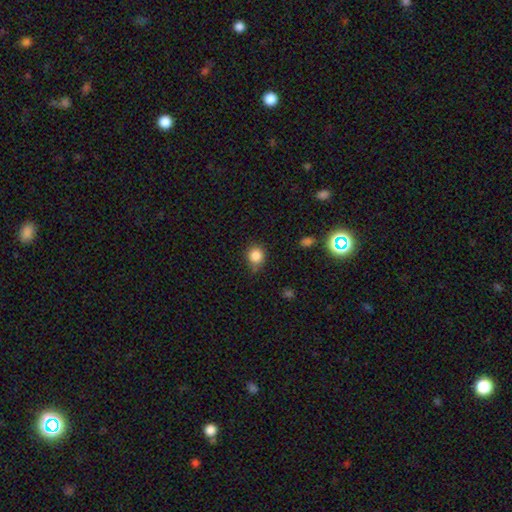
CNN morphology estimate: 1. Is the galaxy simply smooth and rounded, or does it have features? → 85% smooth, 11% star or artifact, 4% featured or disk.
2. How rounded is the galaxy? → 85% round, 14% in between, 1% cigar-shaped.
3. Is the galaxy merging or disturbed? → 70% none, 22% minor disturbance, 5% major disturbance, 3% merger.